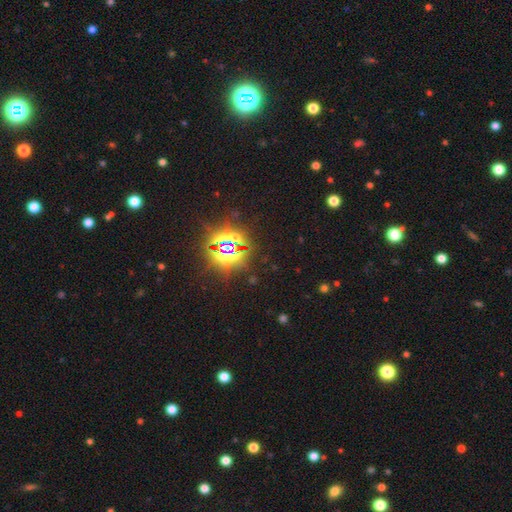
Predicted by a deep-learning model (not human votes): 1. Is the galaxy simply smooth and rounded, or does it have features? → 84% star or artifact, 10% smooth, 7% featured or disk.